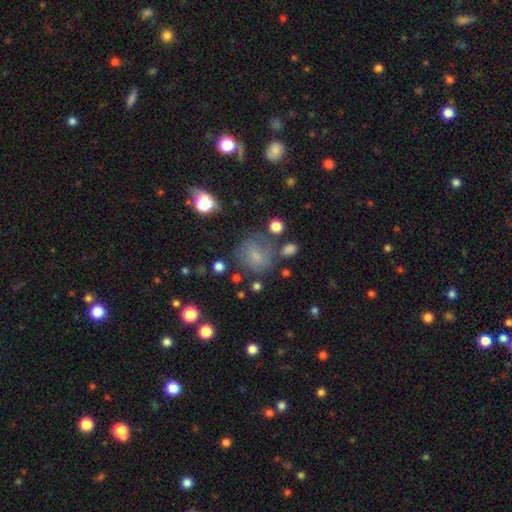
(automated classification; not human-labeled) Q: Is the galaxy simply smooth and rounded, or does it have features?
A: smooth — 50%.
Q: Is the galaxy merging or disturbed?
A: none — 58%.